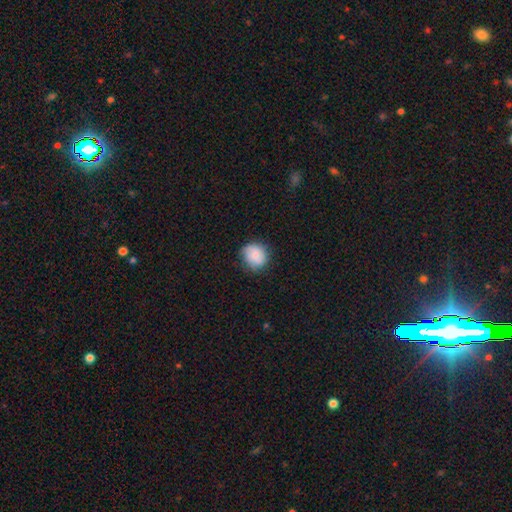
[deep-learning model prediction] smooth-or-featured: smooth: 75% | featured or disk: 17% | star or artifact: 8%
  how-rounded: round: 81% | in between: 18% | cigar-shaped: 1%
  merging: none: 77% | minor disturbance: 18% | major disturbance: 4% | merger: 1%